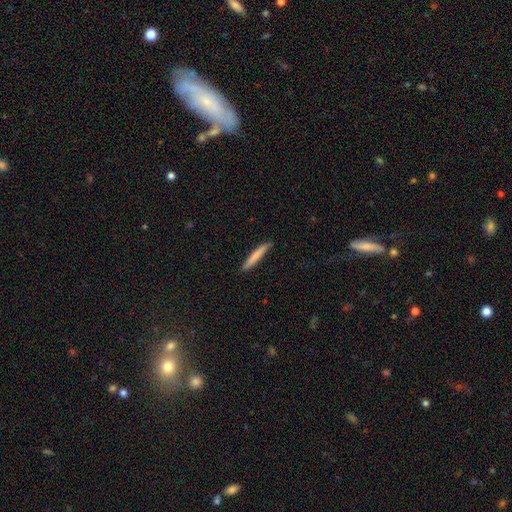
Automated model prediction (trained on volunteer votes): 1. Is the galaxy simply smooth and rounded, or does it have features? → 76% smooth, 19% featured or disk, 5% star or artifact.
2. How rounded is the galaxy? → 95% cigar-shaped, 4% in between, 1% round.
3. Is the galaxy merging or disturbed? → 87% none, 10% minor disturbance, 2% major disturbance, 1% merger.